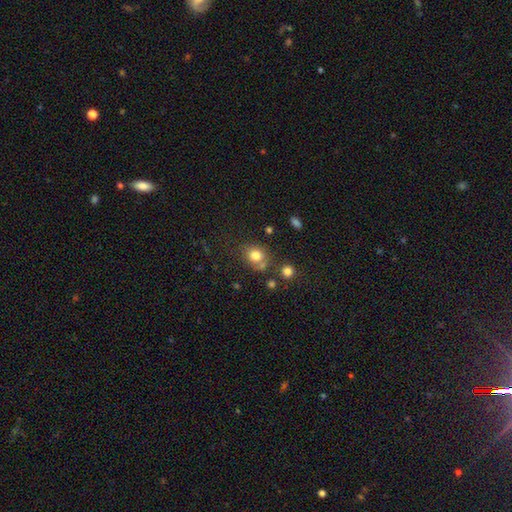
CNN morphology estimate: A smooth galaxy with no disk features (79%) that is round (67%). Merging: none (64%).